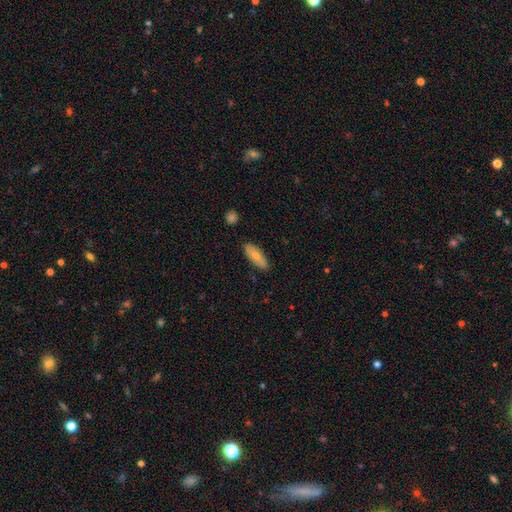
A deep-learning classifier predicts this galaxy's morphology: A smooth galaxy with no disk features (77%) that is in between round and cigar-shaped (65%).

Vote fractions:
- Smooth or featured? smooth: 77% / featured or disk: 17% / star or artifact: 6%
- How rounded? in between: 65% / cigar-shaped: 33% / round: 2%
- Merging? none: 87% / minor disturbance: 10% / major disturbance: 2% / merger: 1%